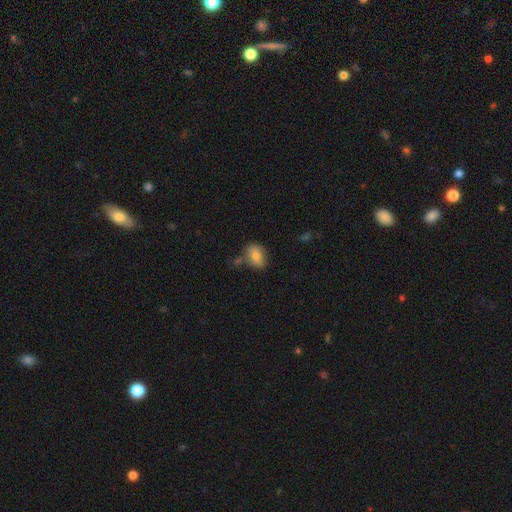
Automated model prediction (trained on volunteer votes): A smooth galaxy with no disk features (78%) that is in between round and cigar-shaped (74%). Merging: none (60%).